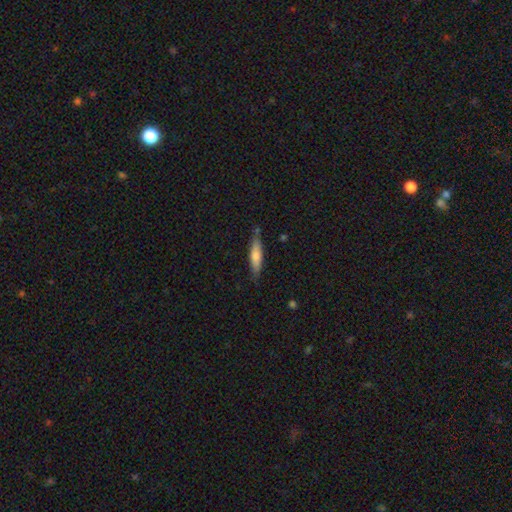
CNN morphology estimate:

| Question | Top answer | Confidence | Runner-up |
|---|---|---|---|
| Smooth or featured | smooth | 66% | featured or disk (28%) |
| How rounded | cigar-shaped | 80% | in between (19%) |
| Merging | none | 79% | minor disturbance (15%) |